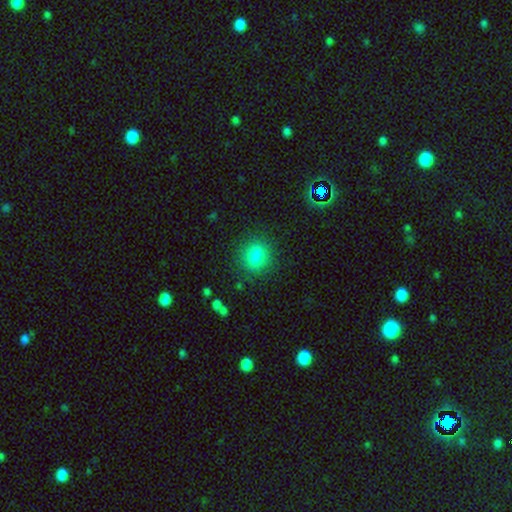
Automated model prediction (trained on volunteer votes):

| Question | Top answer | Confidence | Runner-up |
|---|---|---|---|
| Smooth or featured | smooth | 84% | star or artifact (10%) |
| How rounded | round | 79% | in between (20%) |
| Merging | none | 87% | minor disturbance (9%) |